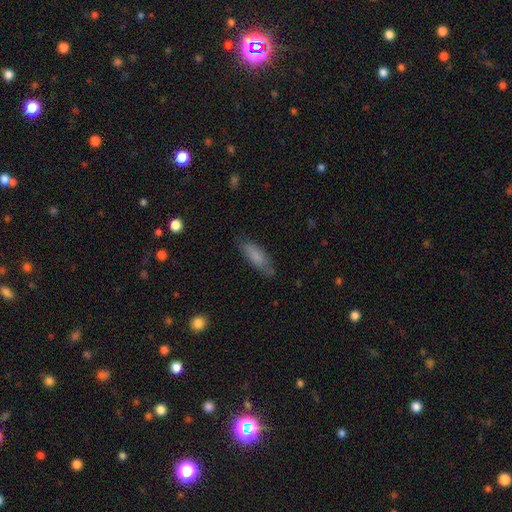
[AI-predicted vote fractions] Smooth or featured? Predicted: smooth (p=0.79). How rounded? Predicted: in between (p=0.54). Merging? Predicted: none (p=0.75).